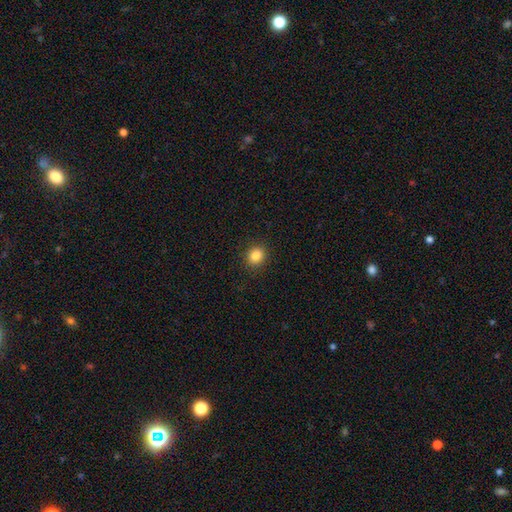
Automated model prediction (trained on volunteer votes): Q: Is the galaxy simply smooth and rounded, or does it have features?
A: smooth — 85%.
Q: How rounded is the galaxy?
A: round — 74%.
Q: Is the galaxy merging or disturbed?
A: none — 90%.